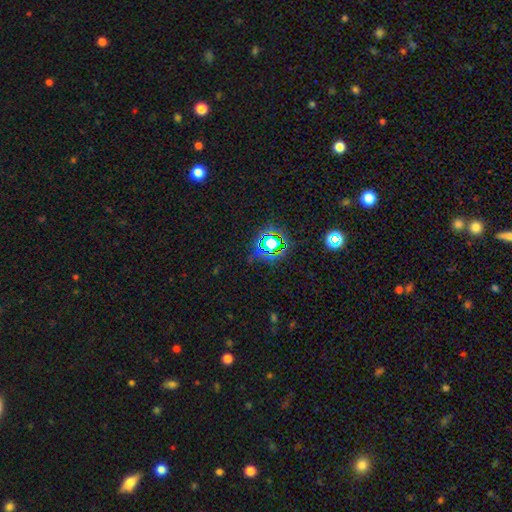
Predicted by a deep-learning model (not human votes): smooth-or-featured: star or artifact: 77% | smooth: 15% | featured or disk: 7%